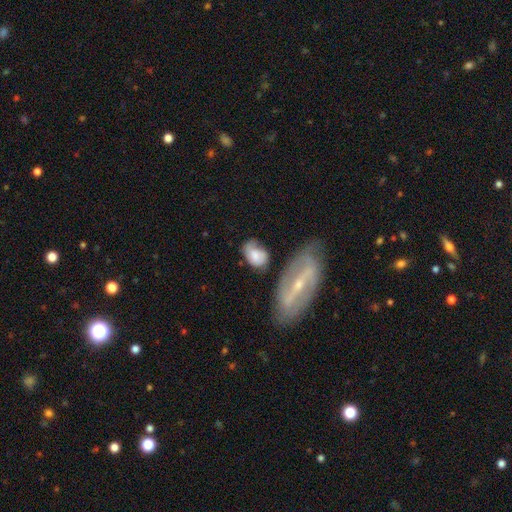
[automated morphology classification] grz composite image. It shows a smooth galaxy with no disk features (57%) that is in between round and cigar-shaped (75%). Merging: none (43%).